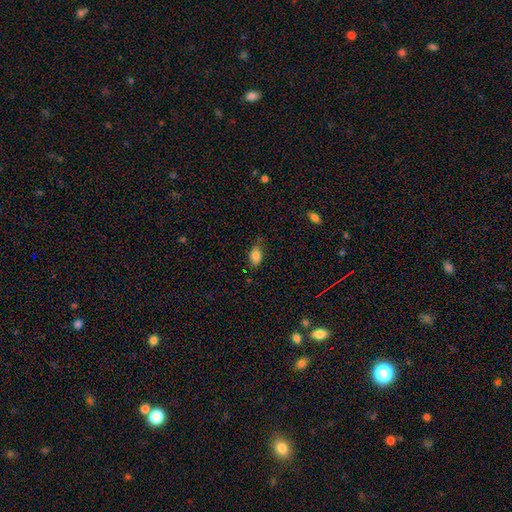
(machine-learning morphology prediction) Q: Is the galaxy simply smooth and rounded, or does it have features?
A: smooth — 84%.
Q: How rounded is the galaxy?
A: in between — 88%.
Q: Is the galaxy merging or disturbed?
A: none — 75%.